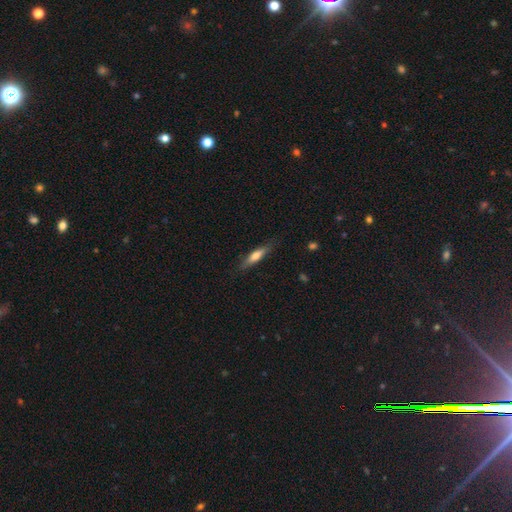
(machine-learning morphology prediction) smooth 61%, featured or disk 33%, star or artifact 6%. Down the decision tree: how rounded — cigar-shaped (77%); merging — none (81%).